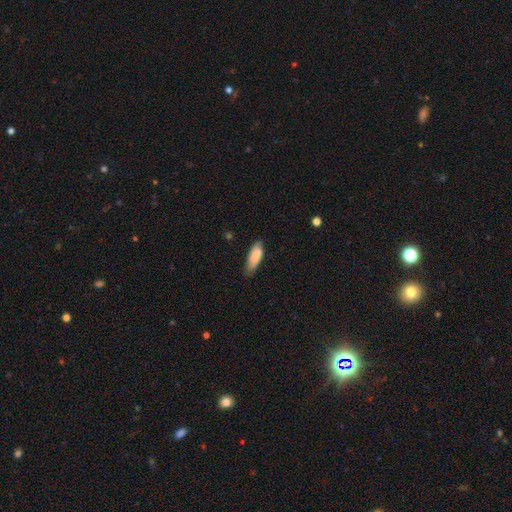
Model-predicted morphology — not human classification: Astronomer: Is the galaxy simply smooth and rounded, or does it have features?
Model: smooth — 82%.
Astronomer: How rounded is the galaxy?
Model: in between — 64%.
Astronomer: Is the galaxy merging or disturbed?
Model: none — 68%.